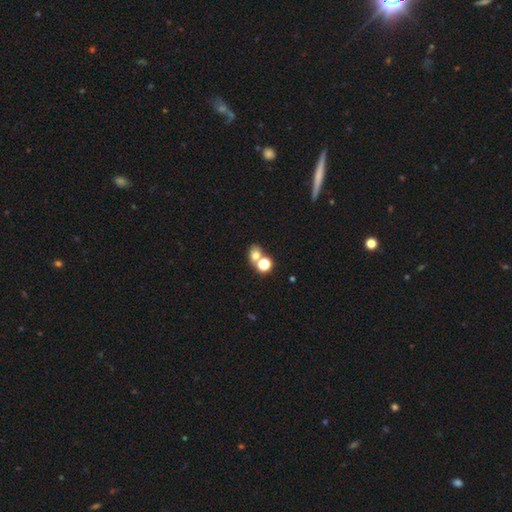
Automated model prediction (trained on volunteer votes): smooth_or_featured: smooth (p=0.69) [alt: star or artifact p=0.18]
how_rounded: round (p=0.52) [alt: in between p=0.47]
merging: merger (p=0.44) [tied with: none p=0.44]